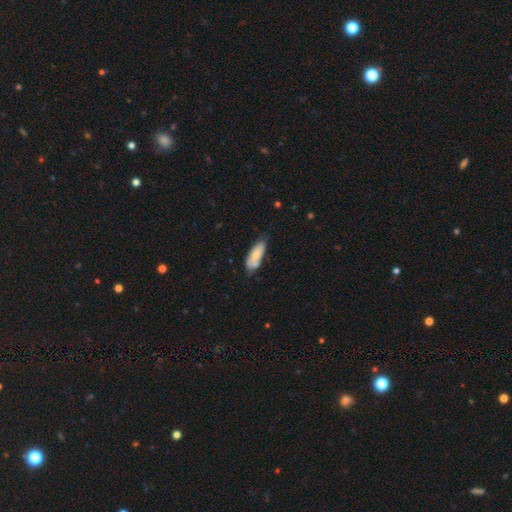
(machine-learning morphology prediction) Smooth or featured: smooth — 73% (featured or disk — 21%)
How rounded: in between — 69% (cigar-shaped — 29%)
Merging: none — 57% (minor disturbance — 29%)